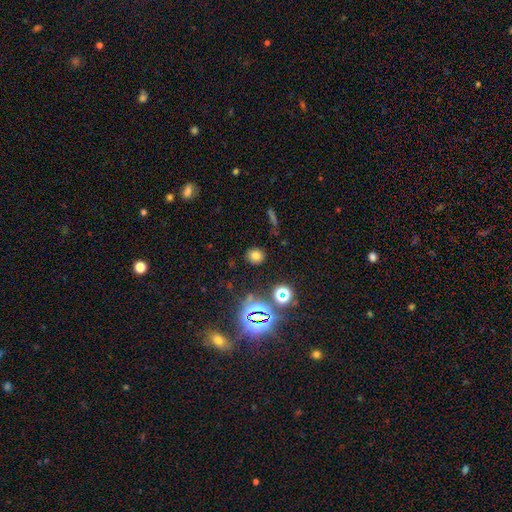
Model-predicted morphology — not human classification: A smooth galaxy with no disk features (70%) that is round (77%). Merging: none (87%).